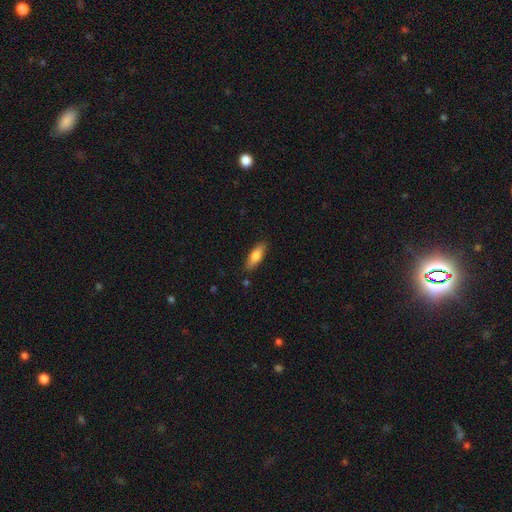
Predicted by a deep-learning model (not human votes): A smooth galaxy with no disk features (77%) that is in between round and cigar-shaped (64%). Merging: none (84%).